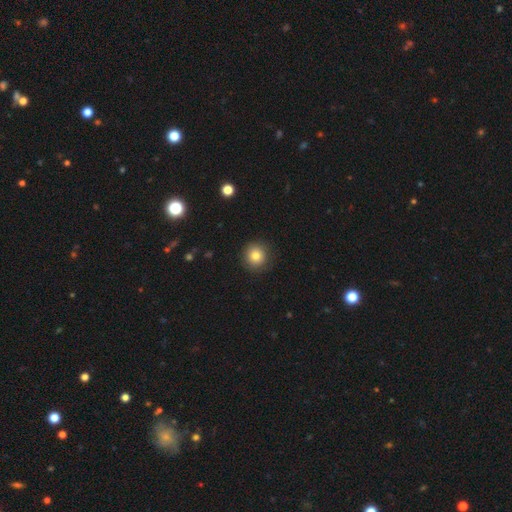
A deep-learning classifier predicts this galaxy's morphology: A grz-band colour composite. It shows a smooth galaxy with no disk features (81%) that is round (93%). Merging: none (89%).